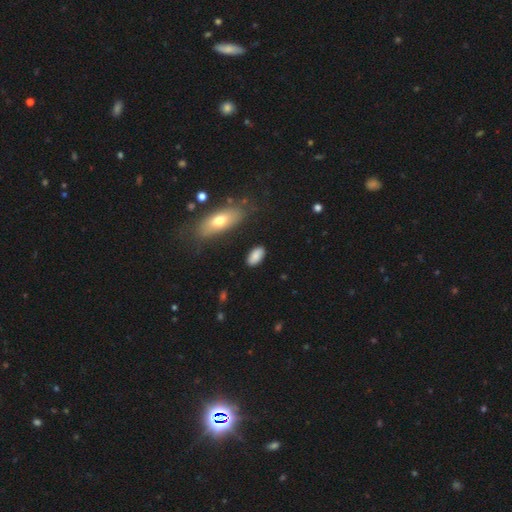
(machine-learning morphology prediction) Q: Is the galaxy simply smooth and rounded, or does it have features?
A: smooth — 83%.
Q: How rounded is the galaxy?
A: in between — 91%.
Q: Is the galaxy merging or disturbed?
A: none — 83%.